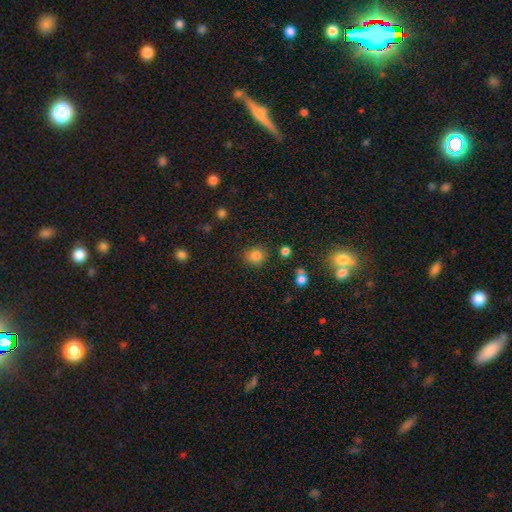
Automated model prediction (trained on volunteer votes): Smooth or featured? Predicted: smooth (p=0.82). How rounded? Predicted: round (p=0.78). Merging? Predicted: none (p=0.83).